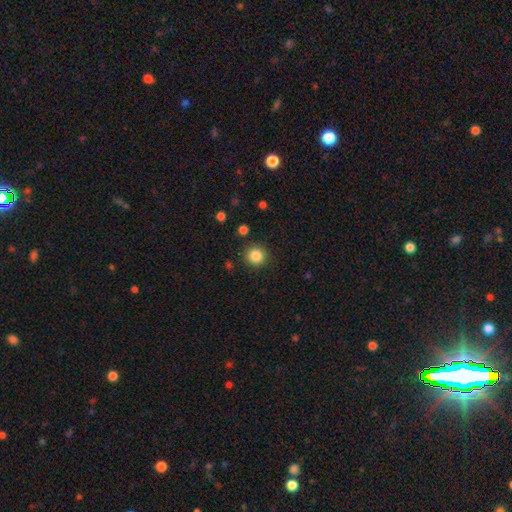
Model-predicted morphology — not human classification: smooth_or_featured: smooth (p=0.86) [alt: star or artifact p=0.10]
how_rounded: round (p=0.94) [alt: in between p=0.06]
merging: none (p=0.90) [alt: minor disturbance p=0.06]